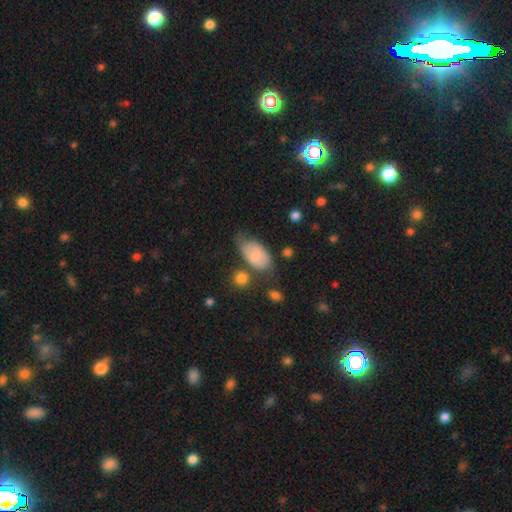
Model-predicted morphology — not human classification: smooth_or_featured: smooth (p=0.70) [alt: featured or disk p=0.22]
how_rounded: in between (p=0.91) [alt: round p=0.06]
merging: none (p=0.42) [alt: minor disturbance p=0.33]